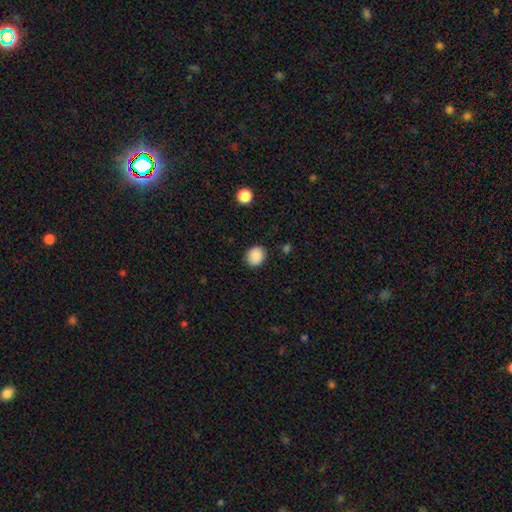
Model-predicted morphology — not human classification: Q: Smooth or featured?
A: smooth (88%); runner-up: star or artifact (9%)
Q: How rounded?
A: round (75%); runner-up: in between (24%)
Q: Merging?
A: none (86%); runner-up: minor disturbance (10%)